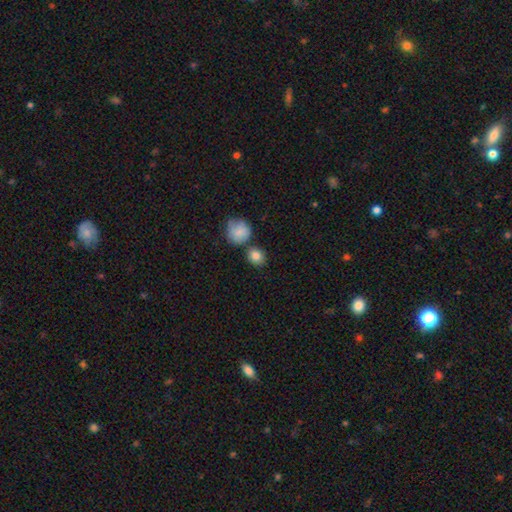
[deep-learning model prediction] smooth-or-featured: smooth: 85% | star or artifact: 9% | featured or disk: 6%
  how-rounded: round: 74% | in between: 25% | cigar-shaped: 1%
  merging: none: 70% | merger: 16% | minor disturbance: 11% | major disturbance: 3%